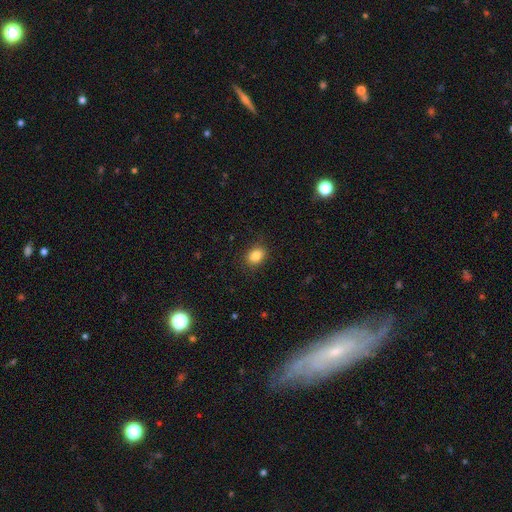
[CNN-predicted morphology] smooth-or-featured: smooth: 85% | star or artifact: 10% | featured or disk: 5%
  how-rounded: in between: 62% | round: 37% | cigar-shaped: 1%
  merging: none: 87% | minor disturbance: 9% | major disturbance: 3% | merger: 1%